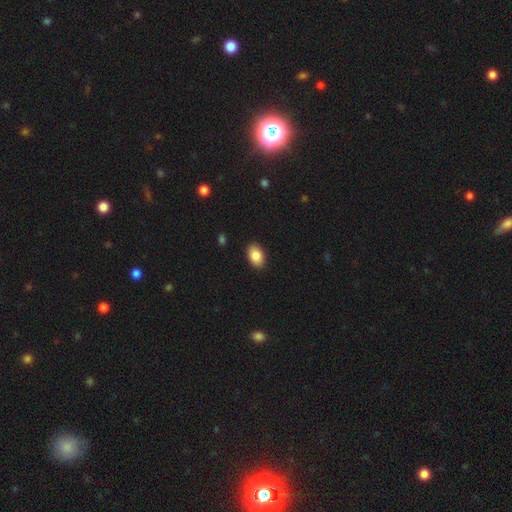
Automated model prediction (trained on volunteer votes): This is clearly a smooth galaxy (86%). How rounded: clearly in between (89%). Merging: clearly none (90%).